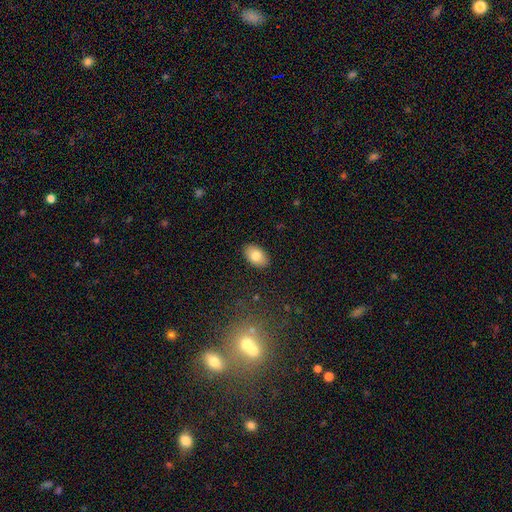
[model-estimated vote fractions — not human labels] Q: Smooth or featured?
A: smooth (81%); runner-up: featured or disk (11%)
Q: How rounded?
A: in between (91%); runner-up: round (7%)
Q: Merging?
A: none (89%); runner-up: minor disturbance (8%)